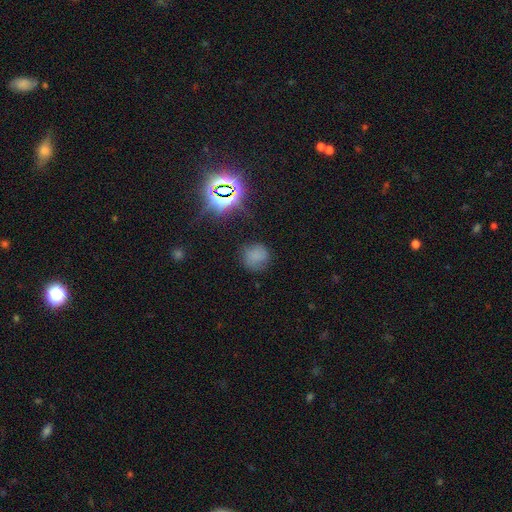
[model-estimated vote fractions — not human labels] smooth_or_featured: smooth (p=0.65) [alt: star or artifact p=0.23]
how_rounded: round (p=0.84) [alt: in between p=0.15]
merging: none (p=0.74) [alt: minor disturbance p=0.18]